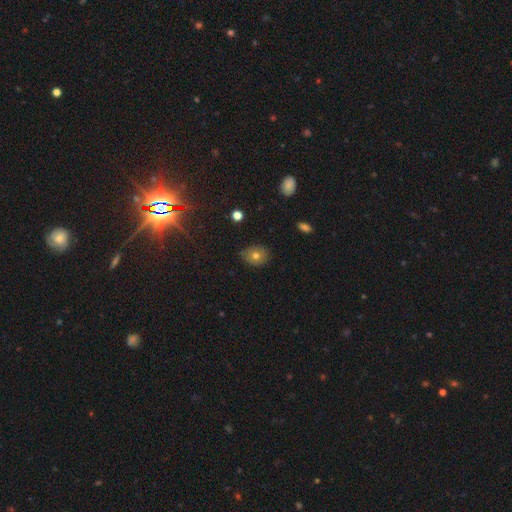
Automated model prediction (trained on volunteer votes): Smooth or featured?
  - smooth: 73% *
  - featured or disk: 14%
  - star or artifact: 13%
How rounded?
  - round: 58% *
  - in between: 41%
  - cigar-shaped: 1%
Merging?
  - none: 78% *
  - minor disturbance: 18%
  - major disturbance: 3%
  - merger: 1%